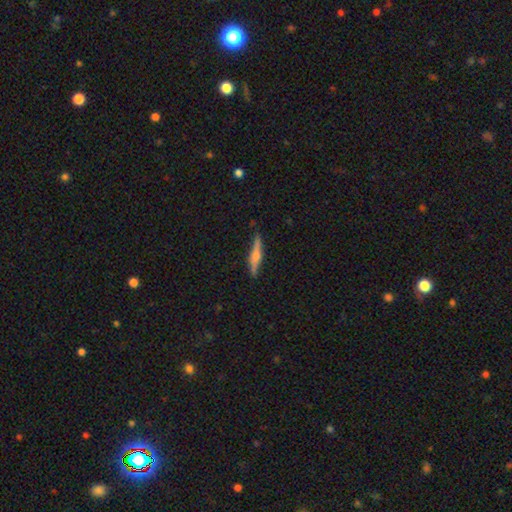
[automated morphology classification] A featured or disk galaxy (63%) viewed edge-on (97%) with a rounded central bulge (85%).

Vote fractions:
- Smooth or featured? featured or disk: 63% / smooth: 31% / star or artifact: 6%
- Edge-on disk? yes: 97% / no: 3%
- Edge-on bulge? rounded: 85% / boxy: 9% / none: 5%
- Merging? none: 87% / minor disturbance: 10% / major disturbance: 2% / merger: 1%